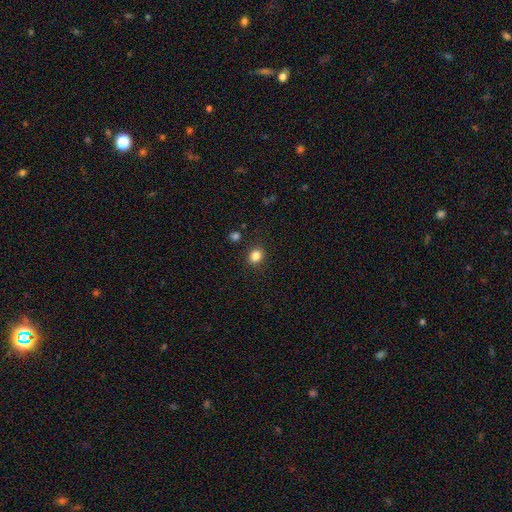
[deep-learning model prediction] Smooth or featured? smooth (84%)
How rounded? round (64%)
Merging? none (88%)